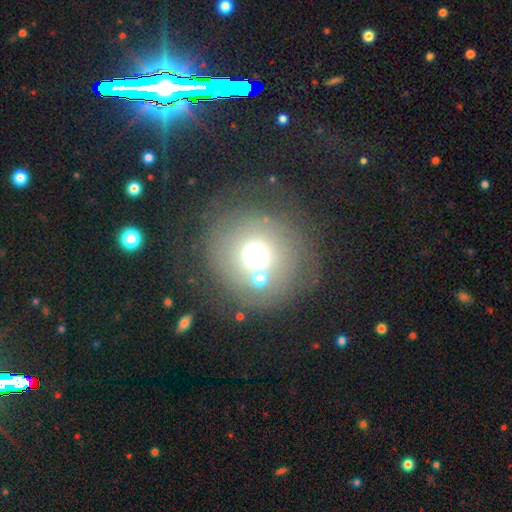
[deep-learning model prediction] A smooth galaxy with no disk features (56%) that is round (88%).

Vote fractions:
- Smooth or featured? smooth: 56% / featured or disk: 25% / star or artifact: 19%
- How rounded? round: 88% / in between: 11% / cigar-shaped: 1%
- Merging? none: 56% / major disturbance: 17% / minor disturbance: 16% / merger: 11%